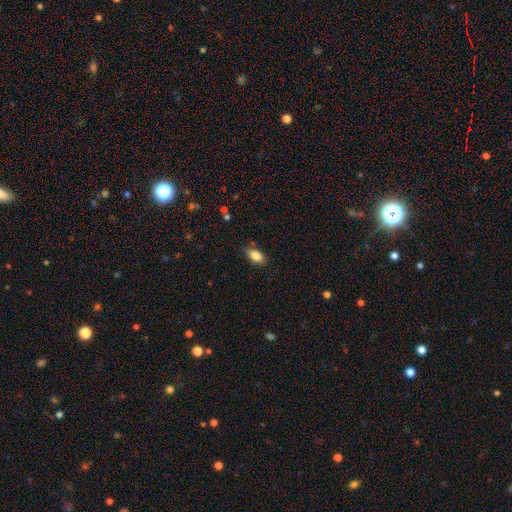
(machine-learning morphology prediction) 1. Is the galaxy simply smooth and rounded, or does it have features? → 84% smooth, 8% featured or disk, 8% star or artifact.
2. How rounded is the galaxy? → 90% in between, 5% cigar-shaped, 5% round.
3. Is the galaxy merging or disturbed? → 80% none, 15% minor disturbance, 3% major disturbance, 2% merger.